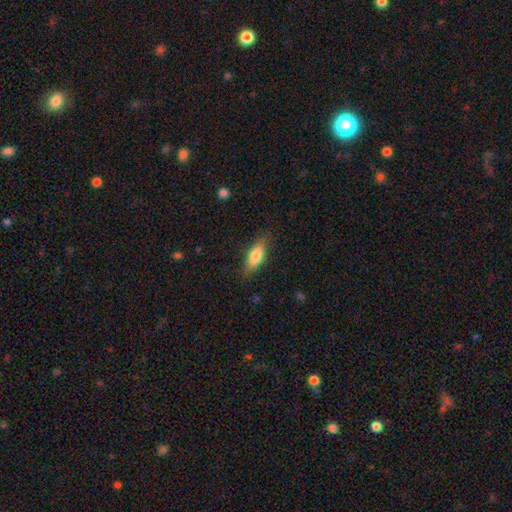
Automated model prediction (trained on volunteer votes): Overall: smooth (77%). How rounded: in between (72%). Merging: none (81%).